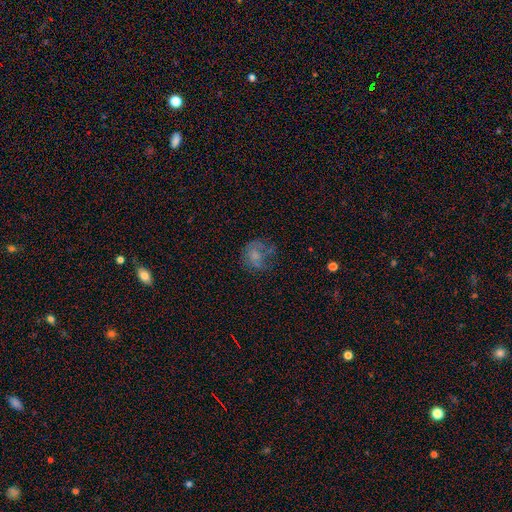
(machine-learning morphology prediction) smooth_or_featured: smooth (p=0.56) [alt: featured or disk p=0.31]
how_rounded: round (p=0.74) [alt: in between p=0.25]
merging: none (p=0.49) [alt: major disturbance p=0.24]